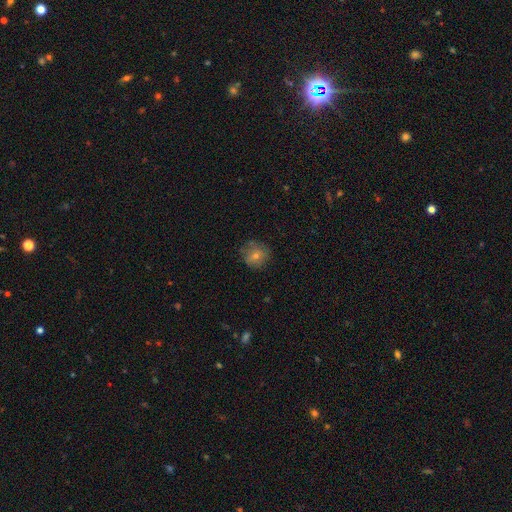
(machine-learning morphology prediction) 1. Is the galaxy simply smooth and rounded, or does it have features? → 65% smooth, 20% featured or disk, 15% star or artifact.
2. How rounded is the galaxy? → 88% round, 11% in between, 1% cigar-shaped.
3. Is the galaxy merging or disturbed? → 77% none, 17% minor disturbance, 5% major disturbance, 1% merger.